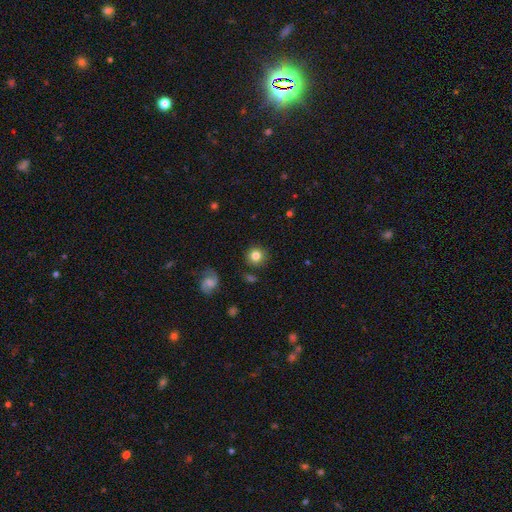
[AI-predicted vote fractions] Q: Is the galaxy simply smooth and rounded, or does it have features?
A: smooth — 81%.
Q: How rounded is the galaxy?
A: round — 92%.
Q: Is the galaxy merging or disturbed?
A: none — 87%.